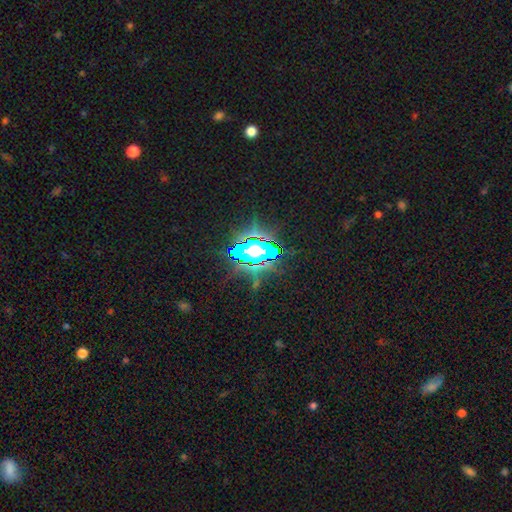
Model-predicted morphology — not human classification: Smooth or featured? star or artifact (63%)